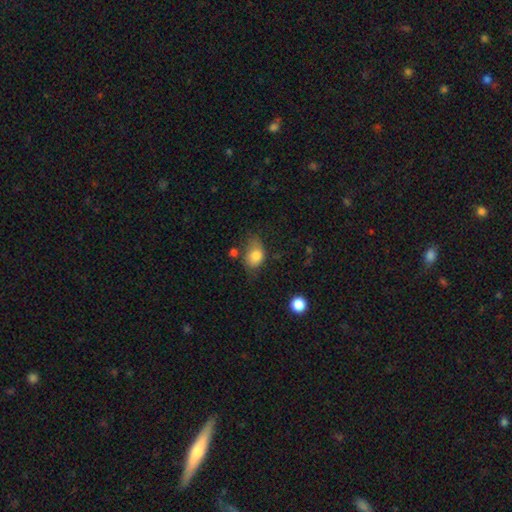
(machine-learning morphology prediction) This appears to be a smooth galaxy with no disk features (80%) that is in between round and cigar-shaped (73%). Merging: none (43%).